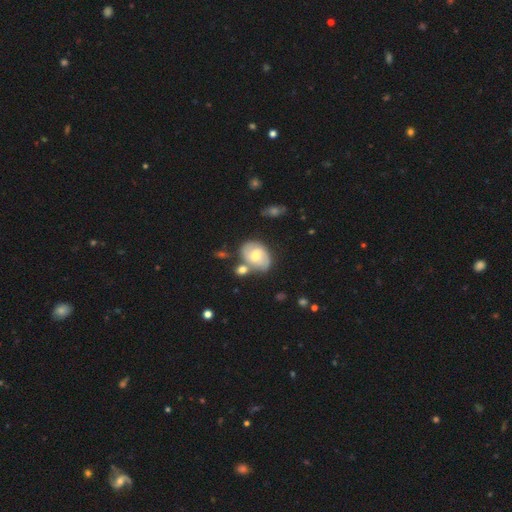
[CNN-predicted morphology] type=featured or disk (61%); edge-on=no (96%); bar=weak (46%); spiral arms=yes (84%); bulge=moderate (64%); merging=none (57%).